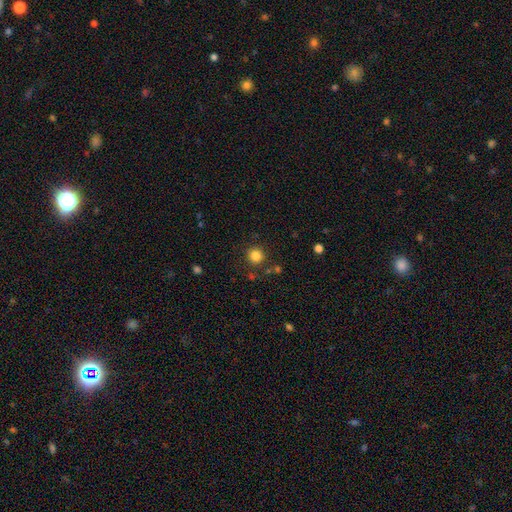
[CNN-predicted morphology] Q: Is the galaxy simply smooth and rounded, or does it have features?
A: smooth — 83%.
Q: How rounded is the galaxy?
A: round — 93%.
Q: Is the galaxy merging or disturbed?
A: none — 87%.